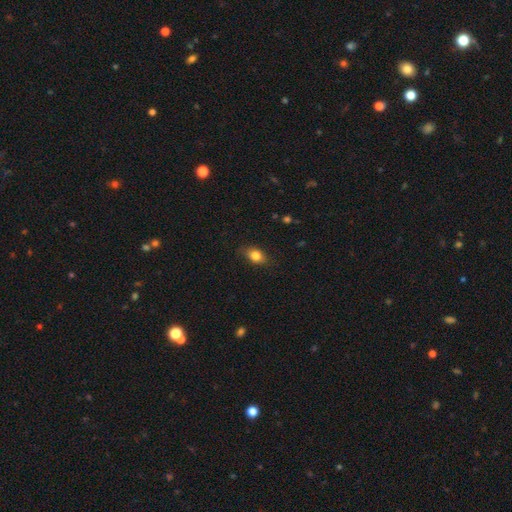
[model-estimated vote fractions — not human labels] smooth_or_featured: smooth (p=0.82) [alt: star or artifact p=0.09]
how_rounded: in between (p=0.77) [alt: round p=0.20]
merging: none (p=0.81) [alt: minor disturbance p=0.15]